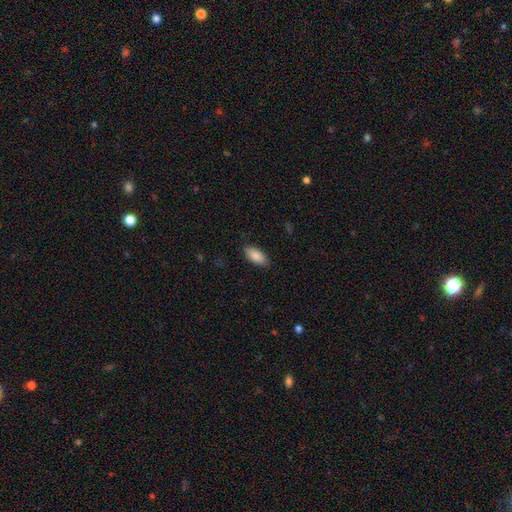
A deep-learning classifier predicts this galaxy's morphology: This appears to be a smooth galaxy with no disk features (88%) that is in between round and cigar-shaped (91%). Merging: none (86%).